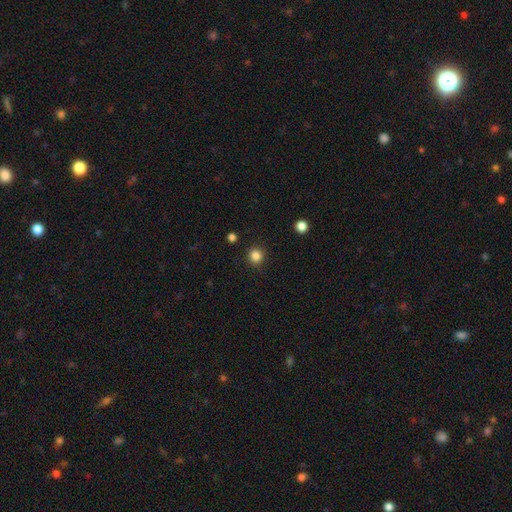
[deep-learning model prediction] smooth-or-featured: smooth: 85% | star or artifact: 12% | featured or disk: 3%
  how-rounded: round: 94% | in between: 5% | cigar-shaped: 1%
  merging: none: 91% | minor disturbance: 5% | major disturbance: 2% | merger: 1%